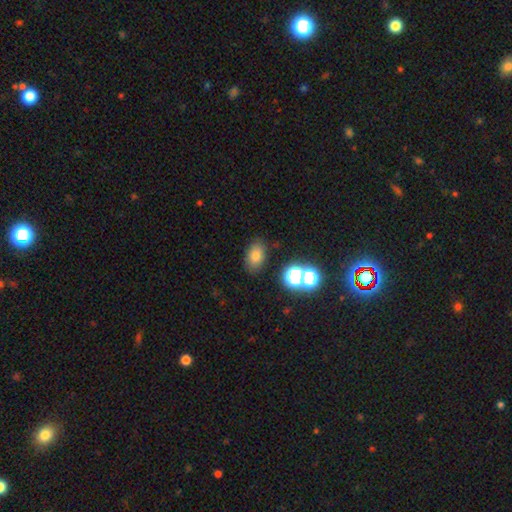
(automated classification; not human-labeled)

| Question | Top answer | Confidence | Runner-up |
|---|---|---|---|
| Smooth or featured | smooth | 75% | star or artifact (15%) |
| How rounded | in between | 82% | round (16%) |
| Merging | none | 82% | minor disturbance (10%) |